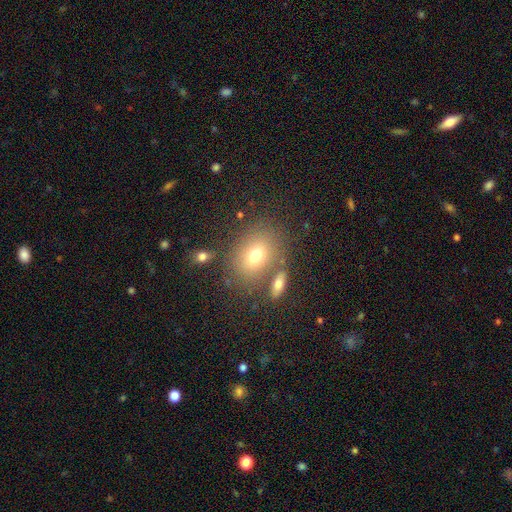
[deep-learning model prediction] The model was most divided on "how rounded": in between: 63%, round: 35%, cigar-shaped: 2%. More confident: smooth or featured — smooth (71%); merging — none (71%).